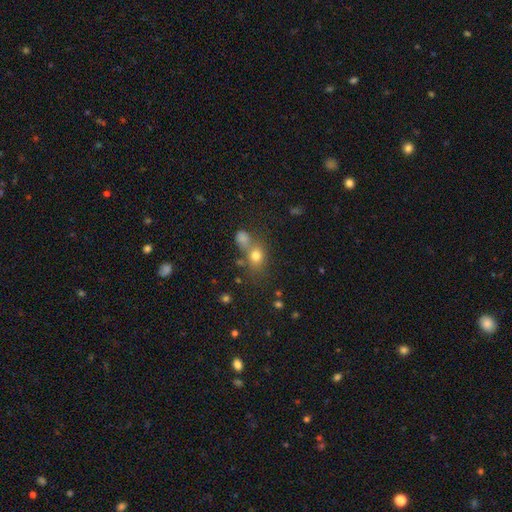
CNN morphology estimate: Smooth or featured: smooth — 73% (star or artifact — 15%)
How rounded: round — 59% (in between — 40%)
Merging: none — 48% (merger — 34%)